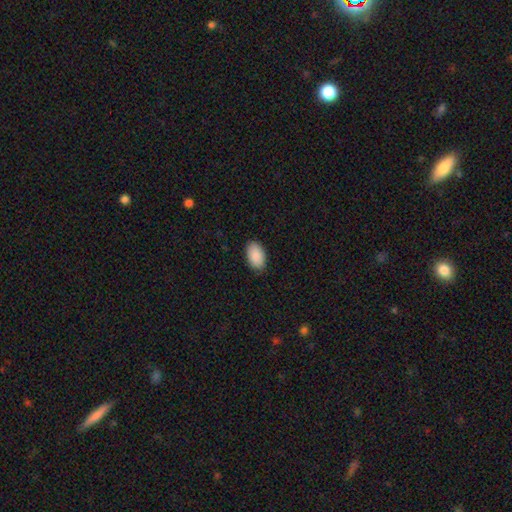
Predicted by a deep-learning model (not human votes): This is clearly a smooth galaxy (90%). How rounded: clearly in between (95%). Merging: clearly none (86%).